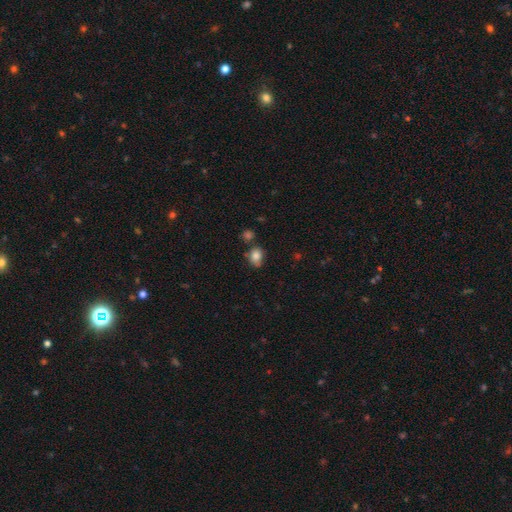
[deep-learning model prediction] smooth-or-featured: smooth: 83% | star or artifact: 10% | featured or disk: 7%
  how-rounded: in between: 59% | round: 40% | cigar-shaped: 1%
  merging: none: 58% | minor disturbance: 25% | merger: 11% | major disturbance: 7%